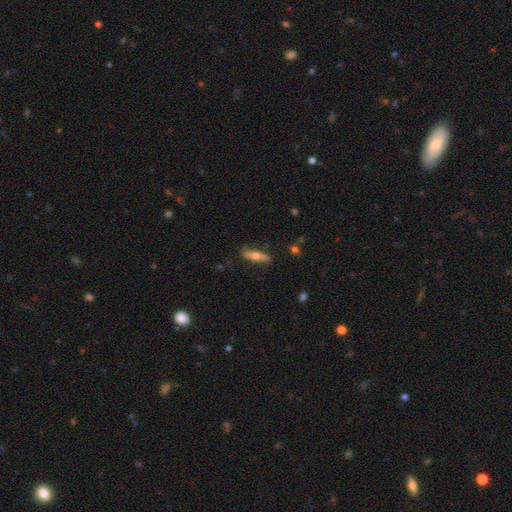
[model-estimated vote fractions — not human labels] Overall: featured or disk (48%; smooth 46%). Merging: none (80%).